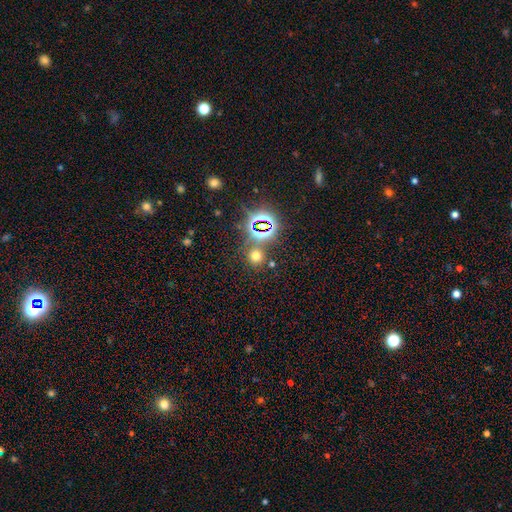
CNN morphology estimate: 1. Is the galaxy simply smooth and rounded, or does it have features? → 56% smooth, 36% star or artifact, 8% featured or disk.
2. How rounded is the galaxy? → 87% round, 12% in between, 1% cigar-shaped.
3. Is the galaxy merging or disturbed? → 77% none, 11% merger, 8% minor disturbance, 4% major disturbance.